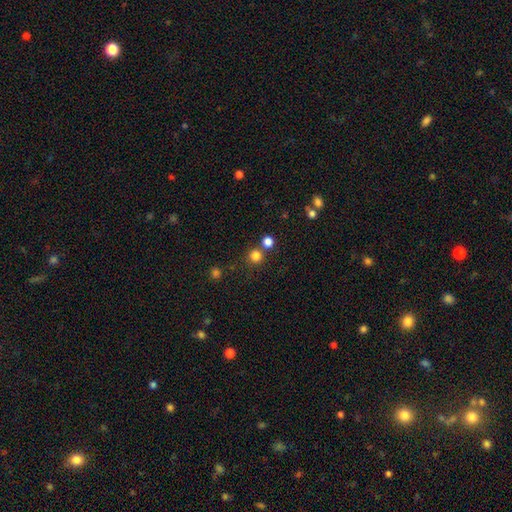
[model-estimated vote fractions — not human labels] This appears to be a smooth galaxy with no disk features (80%) that is round (93%). Merging: none (73%).